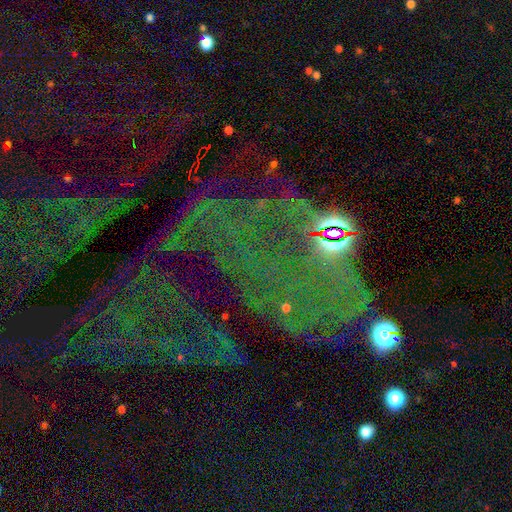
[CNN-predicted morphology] Smooth or featured?
  - star or artifact: 72% *
  - featured or disk: 17%
  - smooth: 12%